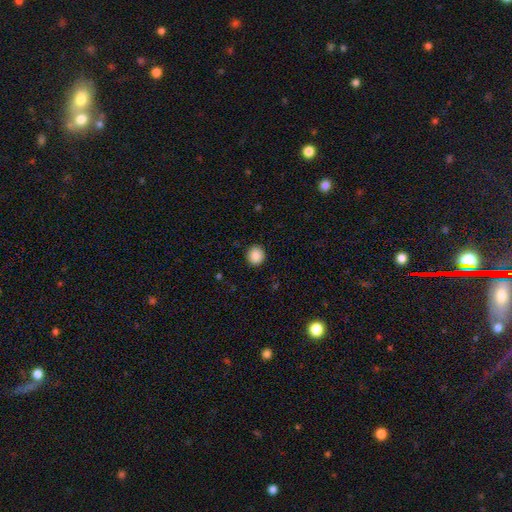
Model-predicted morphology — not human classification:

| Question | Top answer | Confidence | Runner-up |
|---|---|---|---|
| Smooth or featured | smooth | 88% | star or artifact (9%) |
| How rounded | round | 87% | in between (12%) |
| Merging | none | 91% | minor disturbance (7%) |